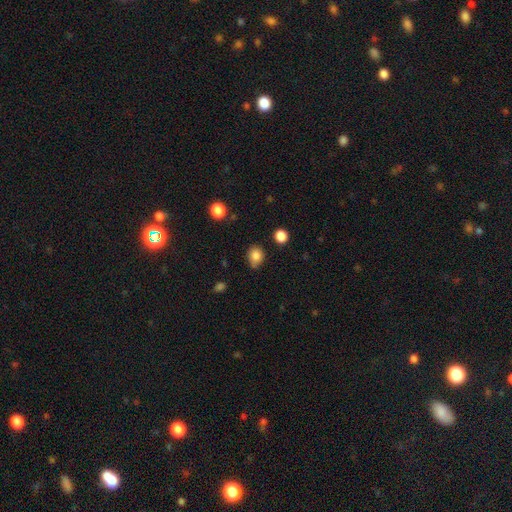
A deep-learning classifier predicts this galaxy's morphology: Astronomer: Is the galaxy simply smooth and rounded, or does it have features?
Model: smooth — 83%.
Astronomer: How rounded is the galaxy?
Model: round — 60% (runner-up: in between, 39%).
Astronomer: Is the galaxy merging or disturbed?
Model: none — 65%.